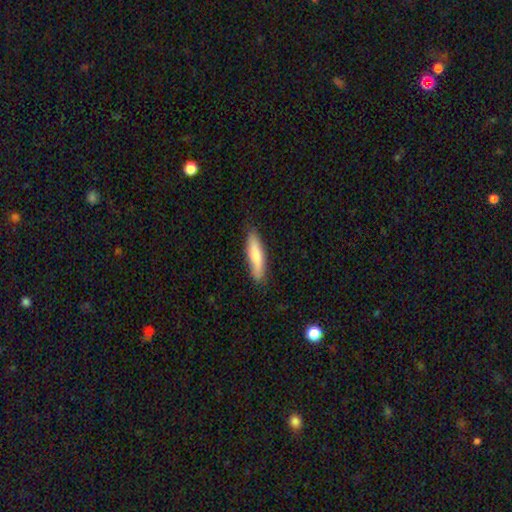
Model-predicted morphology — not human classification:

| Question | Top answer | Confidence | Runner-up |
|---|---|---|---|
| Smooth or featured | smooth | 74% | featured or disk (21%) |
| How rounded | cigar-shaped | 74% | in between (25%) |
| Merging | none | 84% | minor disturbance (13%) |